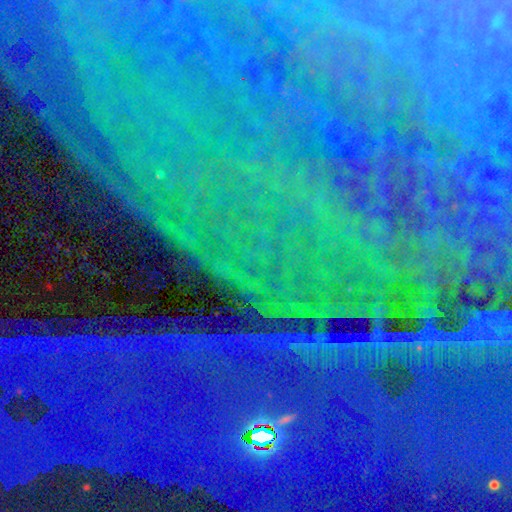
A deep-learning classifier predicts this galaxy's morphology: smooth_or_featured: star or artifact (p=0.86) [alt: featured or disk p=0.08]